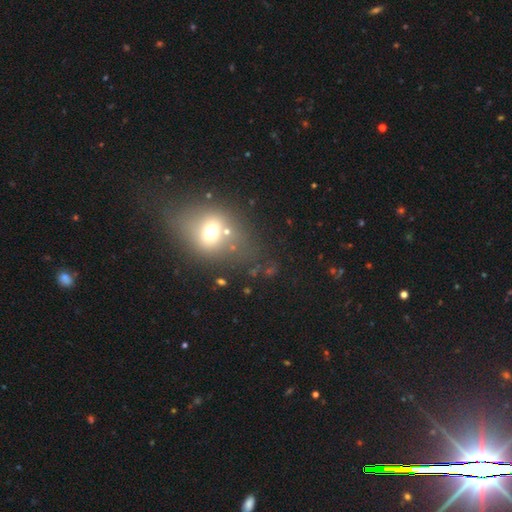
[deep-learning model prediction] Q: Smooth or featured?
A: smooth (40%); runner-up: star or artifact (30%)
Q: Merging?
A: none (57%); runner-up: minor disturbance (18%)